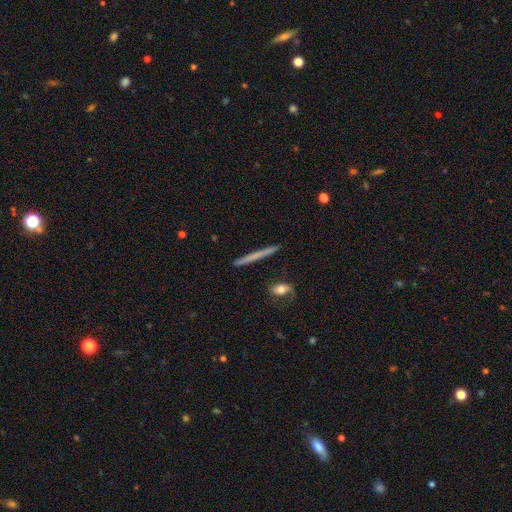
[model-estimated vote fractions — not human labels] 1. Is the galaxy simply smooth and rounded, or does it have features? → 49% smooth, 44% featured or disk, 6% star or artifact.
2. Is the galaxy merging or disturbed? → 91% none, 6% minor disturbance, 1% merger, 1% major disturbance.